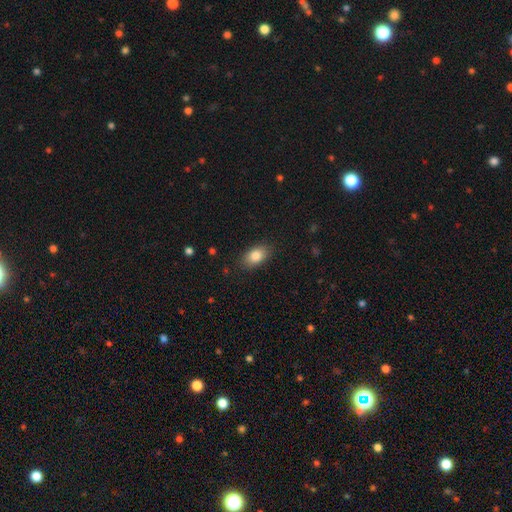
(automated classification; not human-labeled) Smooth or featured?
  - smooth: 84% *
  - star or artifact: 8%
  - featured or disk: 8%
How rounded?
  - in between: 89% *
  - round: 9%
  - cigar-shaped: 2%
Merging?
  - none: 85% *
  - minor disturbance: 11%
  - major disturbance: 3%
  - merger: 1%